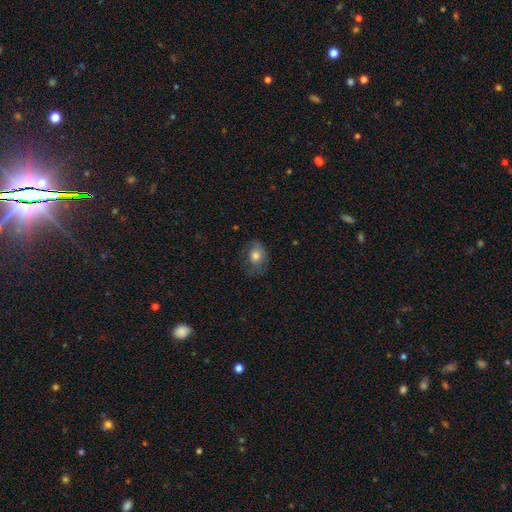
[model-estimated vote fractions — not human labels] This appears to be a smooth galaxy with no disk features (72%) that is in between round and cigar-shaped (61%). Merging: none (52%).